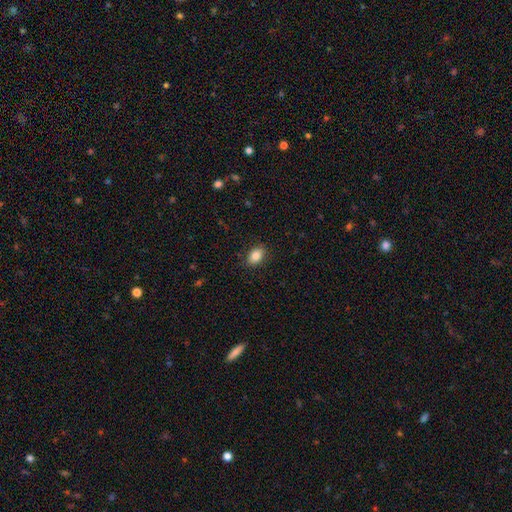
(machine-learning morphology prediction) smooth 85%, star or artifact 8%, featured or disk 6%. Down the decision tree: how rounded — in between (85%); merging — none (87%).